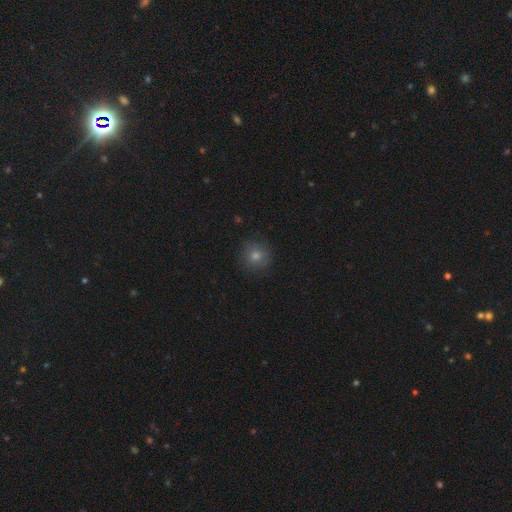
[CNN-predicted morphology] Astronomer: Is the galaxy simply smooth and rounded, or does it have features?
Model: smooth — 71%.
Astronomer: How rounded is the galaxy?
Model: round — 92%.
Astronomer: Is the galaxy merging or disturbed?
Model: none — 88%.